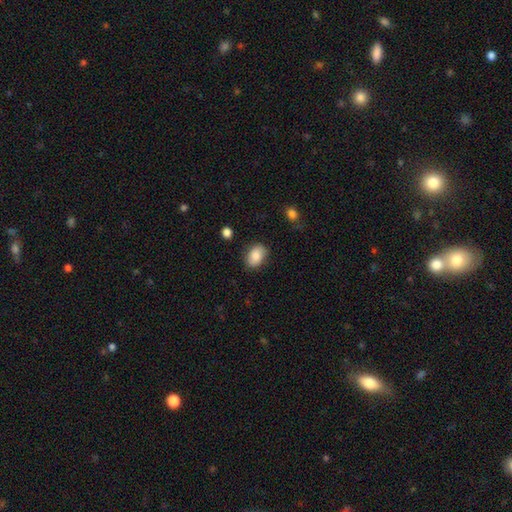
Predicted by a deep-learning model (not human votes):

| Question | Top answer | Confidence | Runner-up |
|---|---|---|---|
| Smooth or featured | smooth | 85% | star or artifact (7%) |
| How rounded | in between | 81% | round (18%) |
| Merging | none | 82% | minor disturbance (14%) |